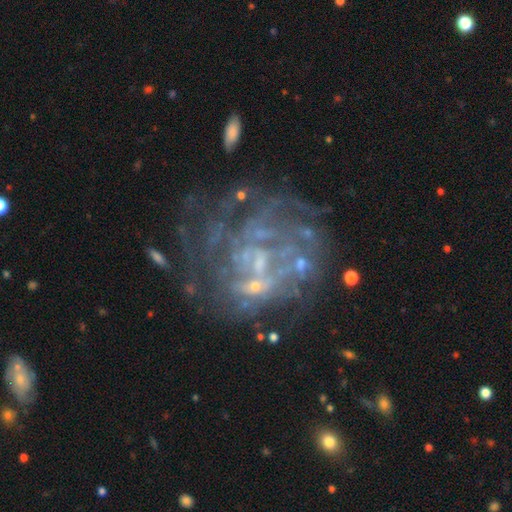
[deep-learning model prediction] The model was most divided on "bulge size": small: 42%, none: 40%, moderate: 15%, large: 2%, dominant: 1%. Remaining: edge-on disk — no (98%); smooth or featured — featured or disk (78%); bar — no (65%); spiral arms — yes (54%); merging — none (44%).